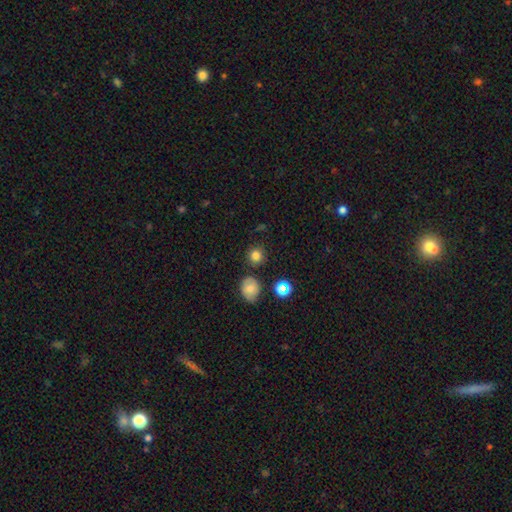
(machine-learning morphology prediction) This appears to be a smooth galaxy with no disk features (81%) that is round (89%). Merging: none (83%).